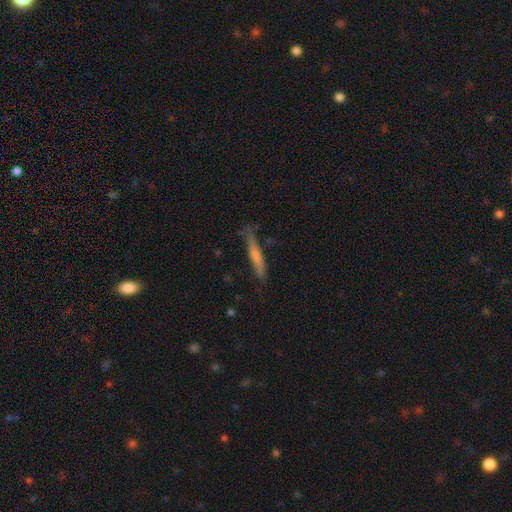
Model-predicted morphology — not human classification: Smooth or featured? smooth (50%)
How rounded? cigar-shaped (94%)
Merging? none (75%)